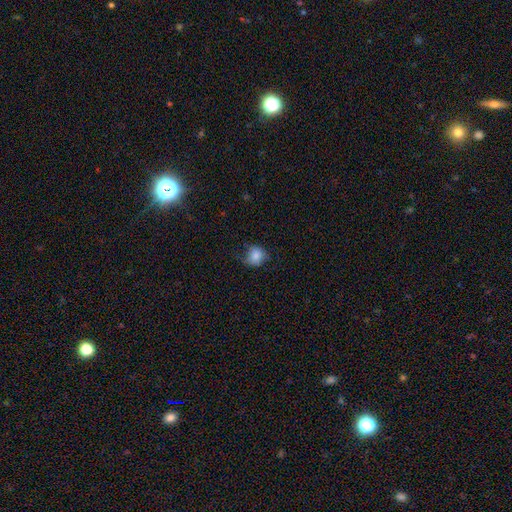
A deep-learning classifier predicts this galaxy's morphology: type=smooth (80%); roundness=round (77%); merging=none (56%).